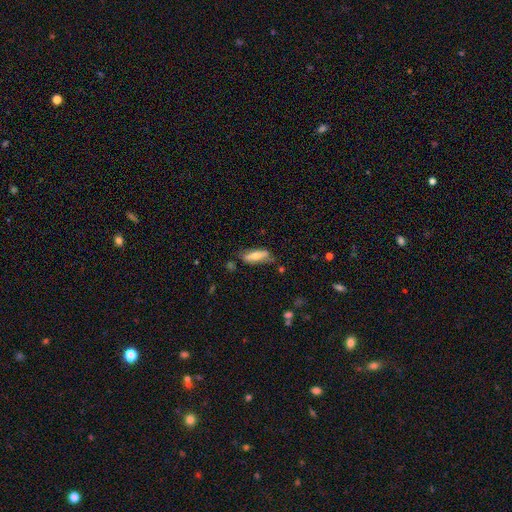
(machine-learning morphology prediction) Smooth or featured?
  - smooth: 58% *
  - featured or disk: 35%
  - star or artifact: 7%
How rounded?
  - in between: 52% *
  - cigar-shaped: 46%
  - round: 2%
Merging?
  - none: 67% *
  - minor disturbance: 24%
  - major disturbance: 6%
  - merger: 3%